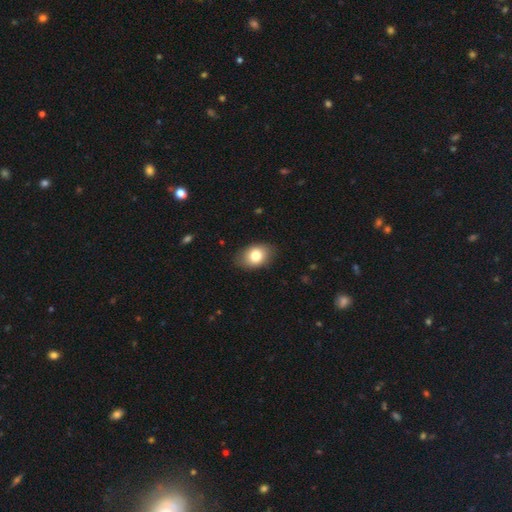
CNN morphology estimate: A smooth galaxy with no disk features (81%) that is in between round and cigar-shaped (79%).

Vote fractions:
- Smooth or featured? smooth: 81% / featured or disk: 11% / star or artifact: 8%
- How rounded? in between: 79% / round: 20% / cigar-shaped: 1%
- Merging? none: 83% / minor disturbance: 13% / major disturbance: 3% / merger: 1%